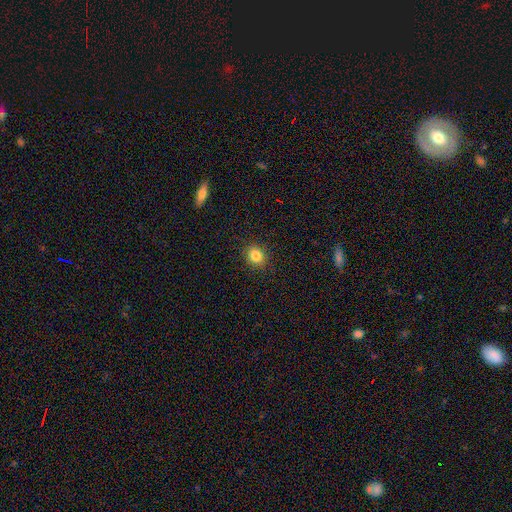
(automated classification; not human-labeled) Morphology: type=smooth (83%); roundness=round (73%); merging=none (89%).